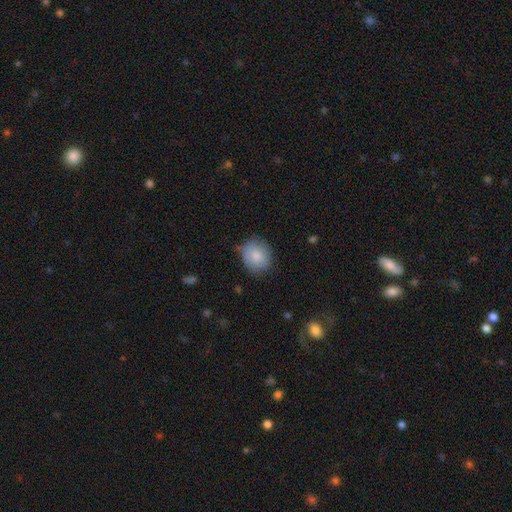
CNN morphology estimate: A smooth galaxy with no disk features (84%) that is round (72%). Merging: none (72%).